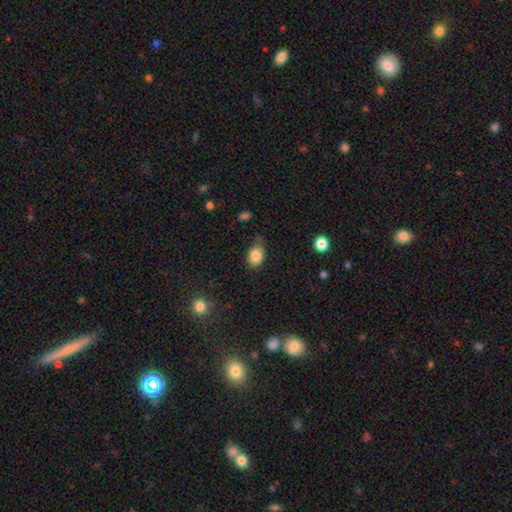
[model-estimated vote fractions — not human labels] A smooth galaxy with no disk features (85%) that is in between round and cigar-shaped (73%). Merging: none (63%).